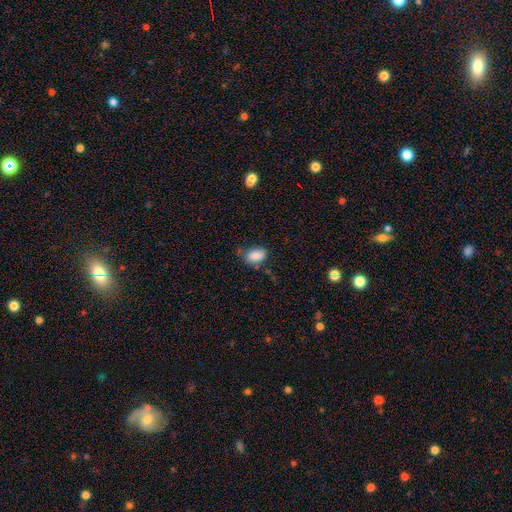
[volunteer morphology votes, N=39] Volunteers were most divided on "merging": none: 75%, minor disturbance: 17%, major disturbance: 8%, merger: 0%. More confident: smooth or featured — smooth (90%); how rounded — in between (86%).